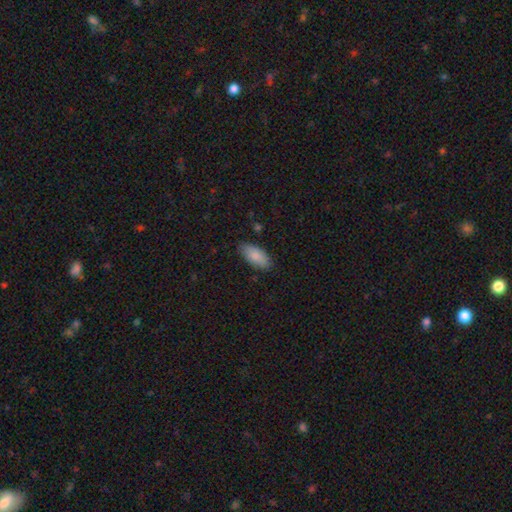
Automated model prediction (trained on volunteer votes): Smooth or featured? Predicted: smooth (p=0.86). How rounded? Predicted: in between (p=0.89). Merging? Predicted: none (p=0.83).